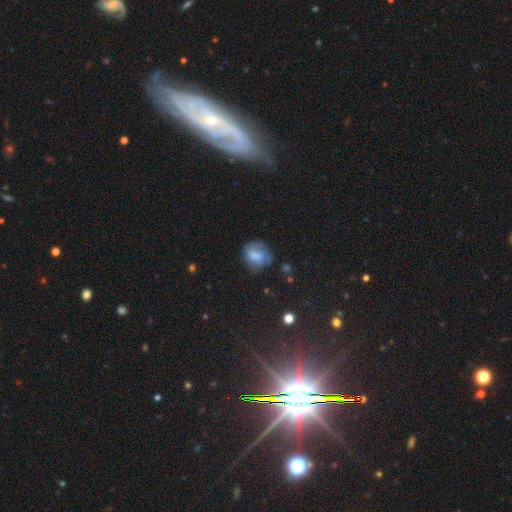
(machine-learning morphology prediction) smooth_or_featured: smooth (p=0.68) [alt: featured or disk p=0.21]
how_rounded: round (p=0.65) [alt: in between p=0.34]
merging: none (p=0.56) [alt: minor disturbance p=0.27]